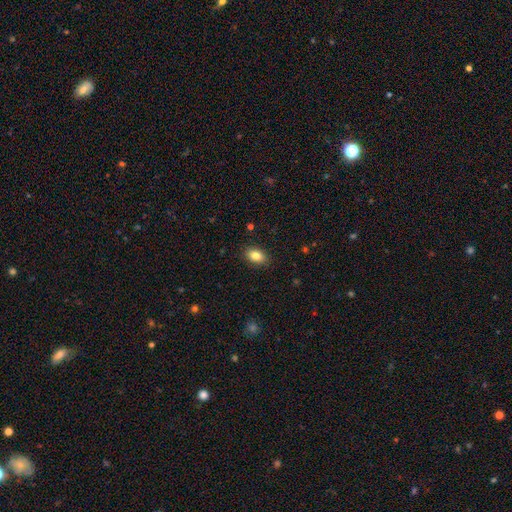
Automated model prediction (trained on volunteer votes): This appears to be a smooth galaxy with no disk features (84%) that is in between round and cigar-shaped (87%). Merging: none (88%).